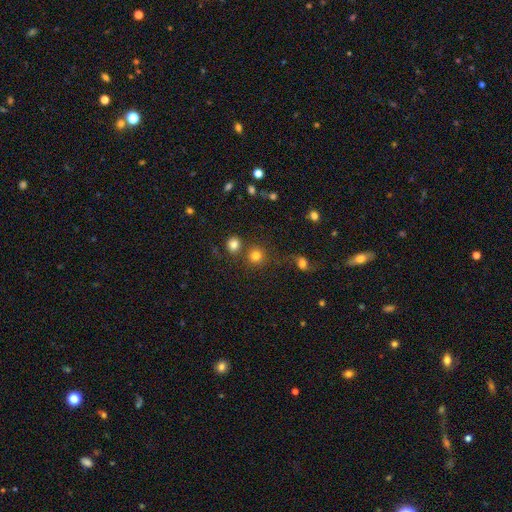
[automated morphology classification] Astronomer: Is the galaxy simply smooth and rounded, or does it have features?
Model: smooth — 80%.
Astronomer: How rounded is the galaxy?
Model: round — 92%.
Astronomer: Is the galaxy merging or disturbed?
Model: none — 73%.